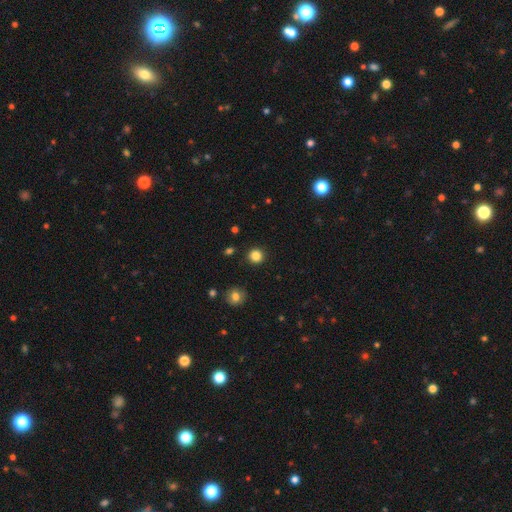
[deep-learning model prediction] This appears to be a smooth galaxy with no disk features (84%) that is round (94%). Merging: none (91%).